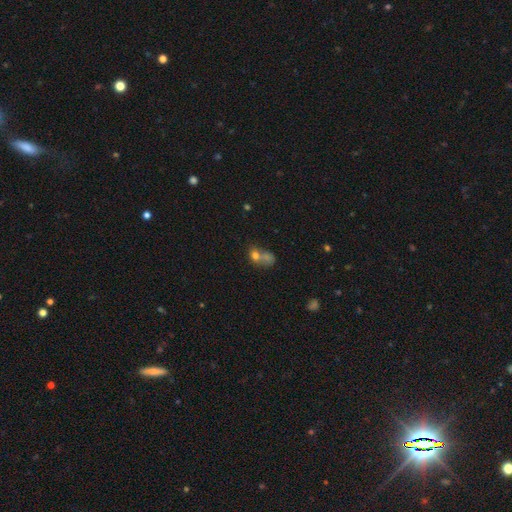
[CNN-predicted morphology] Overall: smooth (58%; star or artifact 22%). How rounded: round (58%; in between 39%). Merging: merger (54%; none 29%).